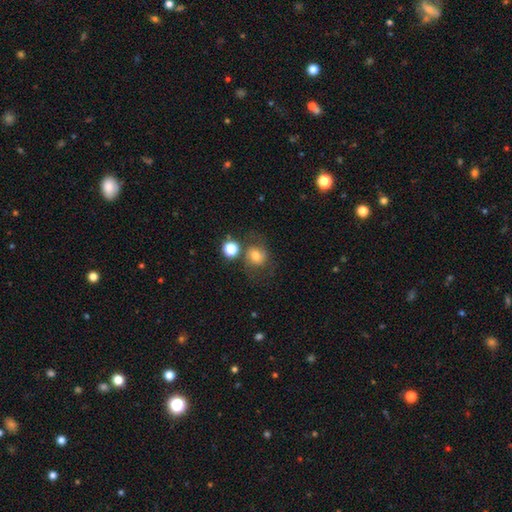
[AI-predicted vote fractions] Smooth or featured: smooth — 62% (featured or disk — 24%)
How rounded: round — 71% (in between — 28%)
Merging: none — 55% (minor disturbance — 18%)